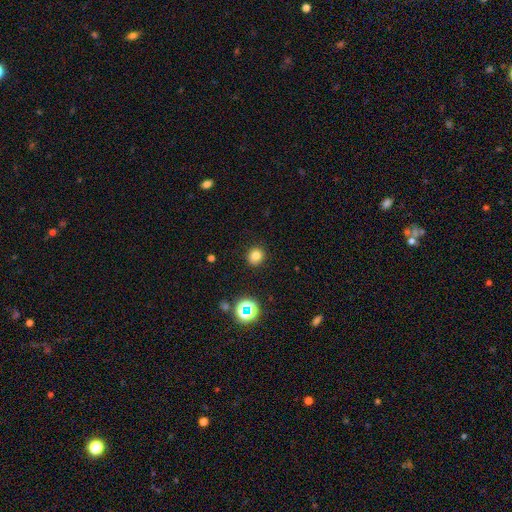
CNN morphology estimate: type=smooth (78%); roundness=round (88%); merging=none (91%).